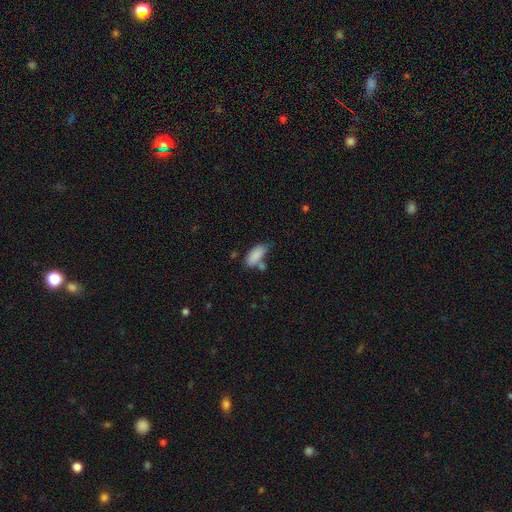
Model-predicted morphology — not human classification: smooth-or-featured: smooth: 85% | star or artifact: 8% | featured or disk: 7%
  how-rounded: in between: 86% | cigar-shaped: 11% | round: 2%
  merging: none: 50% | minor disturbance: 23% | merger: 19% | major disturbance: 7%